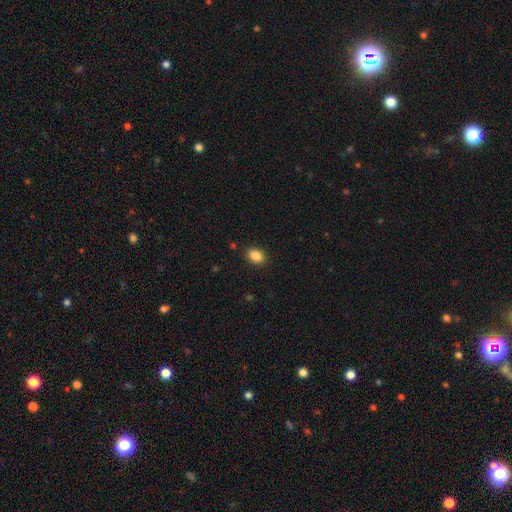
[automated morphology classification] smooth-or-featured: smooth: 88% | star or artifact: 9% | featured or disk: 3%
  how-rounded: in between: 77% | round: 22% | cigar-shaped: 1%
  merging: none: 88% | minor disturbance: 8% | major disturbance: 2% | merger: 1%